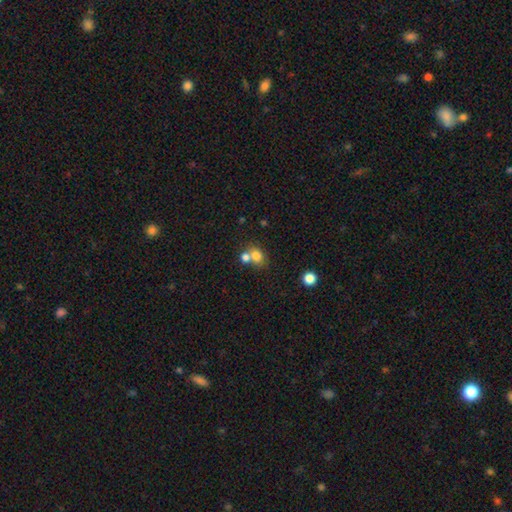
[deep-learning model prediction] Overall: smooth (77%). How rounded: round (54%; in between 45%). Merging: merger (50%; none 38%).